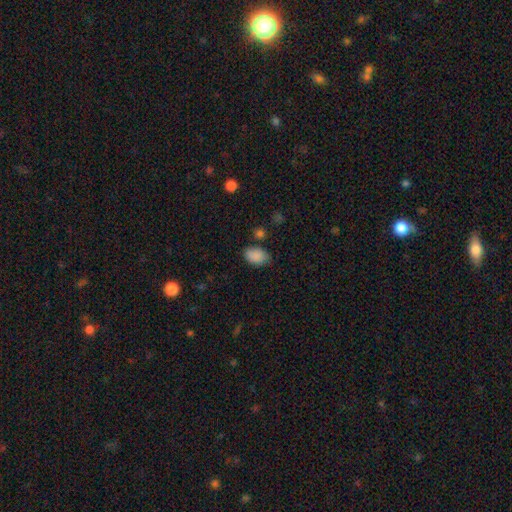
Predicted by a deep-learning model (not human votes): smooth_or_featured: smooth (p=0.87) [alt: star or artifact p=0.09]
how_rounded: in between (p=0.86) [alt: round p=0.12]
merging: none (p=0.70) [alt: minor disturbance p=0.20]